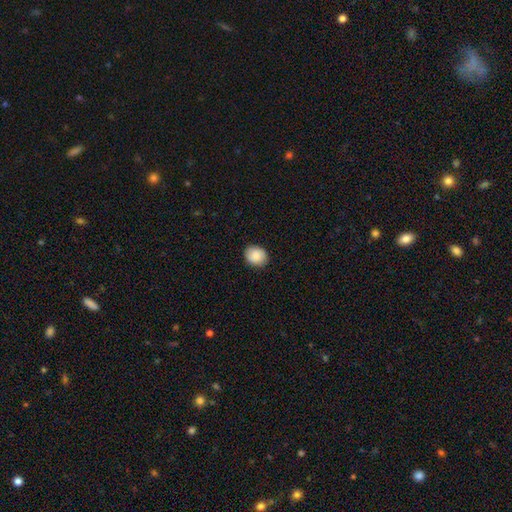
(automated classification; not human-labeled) This appears to be a smooth galaxy with no disk features (87%) that is round (62%). Merging: none (89%).